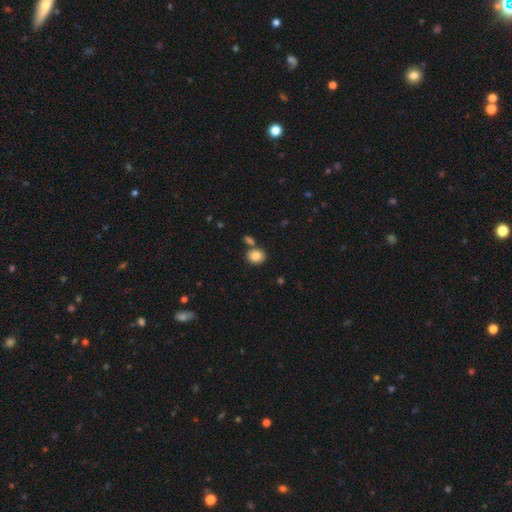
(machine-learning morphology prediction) Smooth or featured? smooth (83%)
How rounded? round (63%)
Merging? none (71%)